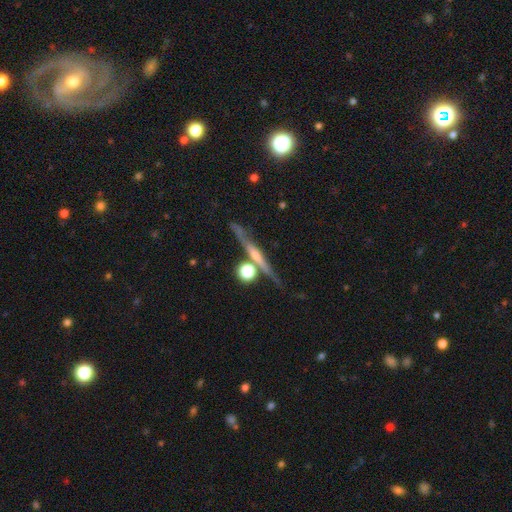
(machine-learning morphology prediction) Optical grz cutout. It shows a featured or disk galaxy (71%) viewed edge-on (95%) with a rounded central bulge (59%). Merging: none (76%).